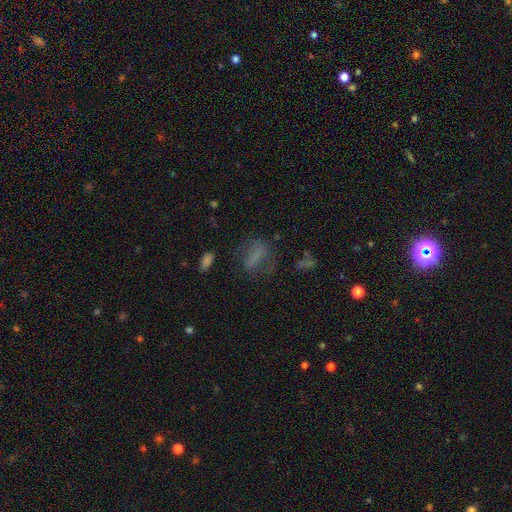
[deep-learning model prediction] smooth_or_featured: smooth (p=0.57) [alt: featured or disk p=0.23]
how_rounded: in between (p=0.60) [alt: cigar-shaped p=0.20]
merging: none (p=0.55) [alt: major disturbance p=0.22]